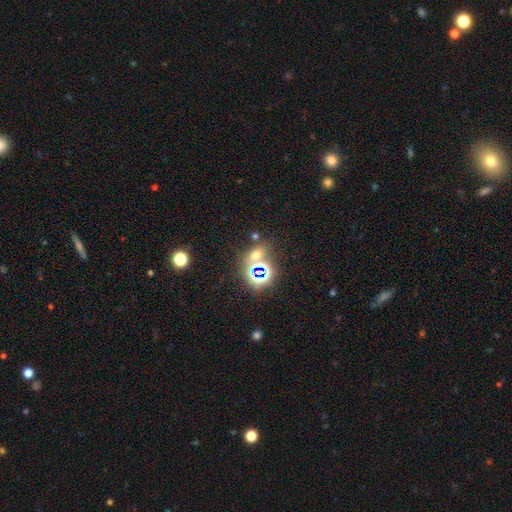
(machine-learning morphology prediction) Smooth or featured? Predicted: star or artifact (p=0.47).